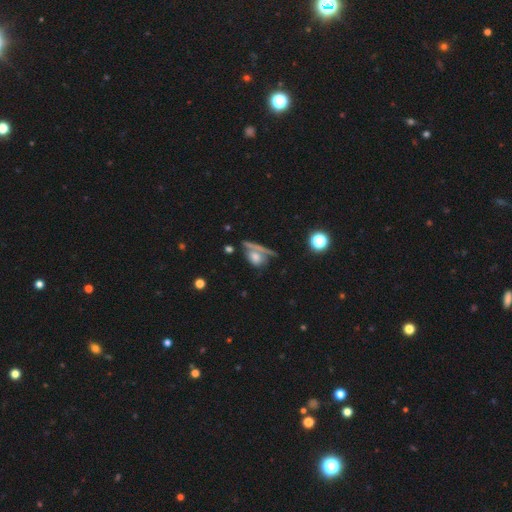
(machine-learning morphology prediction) The model was most divided on "how rounded": in between: 46%, round: 43%, cigar-shaped: 11%. Remaining: smooth or featured — smooth (61%); merging — none (42%).